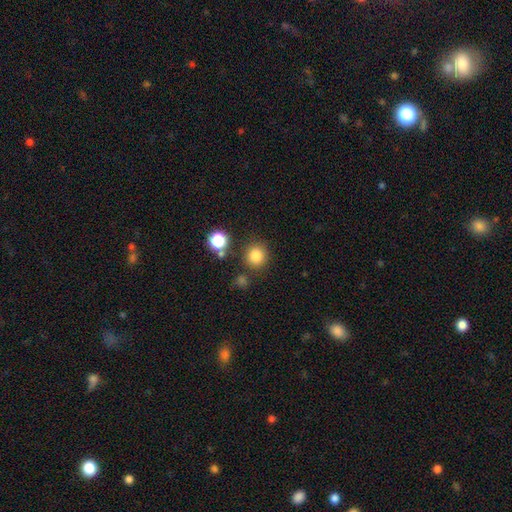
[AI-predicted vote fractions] smooth-or-featured: smooth: 82% | star or artifact: 12% | featured or disk: 6%
  how-rounded: round: 91% | in between: 8% | cigar-shaped: 1%
  merging: none: 82% | minor disturbance: 9% | merger: 6% | major disturbance: 4%